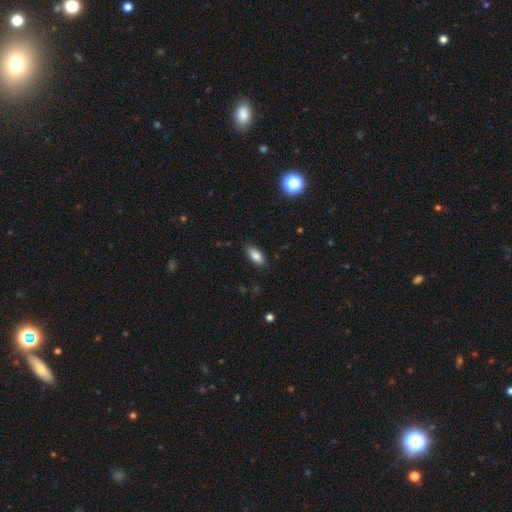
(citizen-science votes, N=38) Smooth or featured? 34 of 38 (89%) said smooth. How rounded? 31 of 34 (91%) said in between. Merging? 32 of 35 (91%) said none.